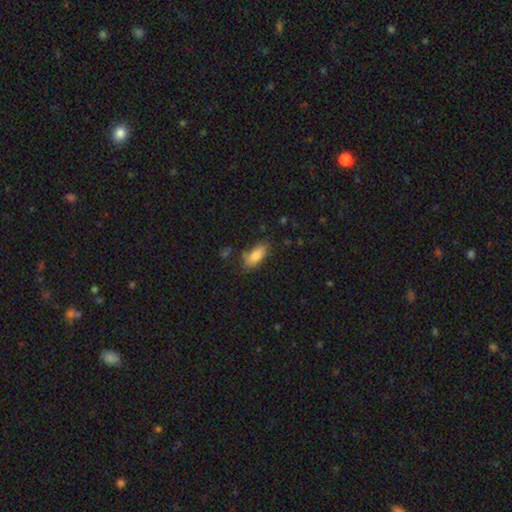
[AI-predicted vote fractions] Morphology: type=smooth (84%); roundness=in between (82%); merging=none (70%).